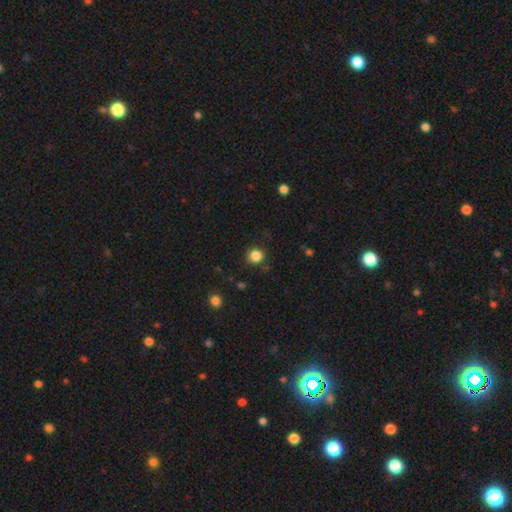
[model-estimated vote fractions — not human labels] Overall: smooth (84%). How rounded: round (91%). Merging: none (88%).